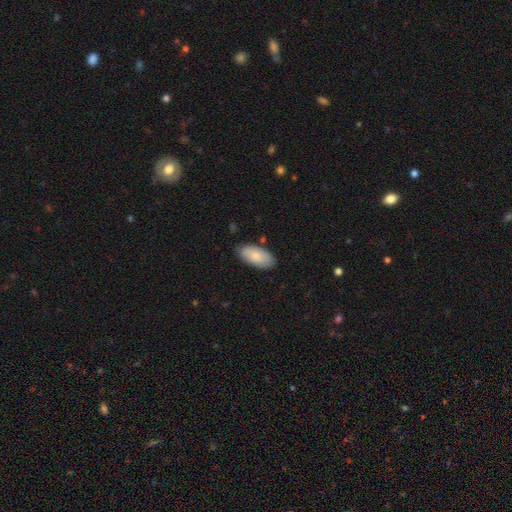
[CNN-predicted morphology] smooth 82%, featured or disk 12%, star or artifact 6%. Down the decision tree: how rounded — in between (94%); merging — none (83%).